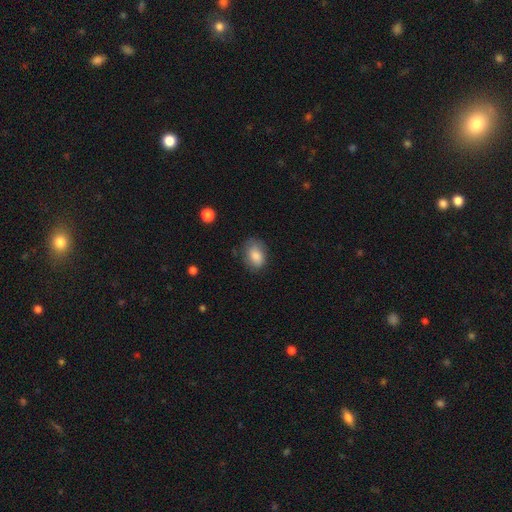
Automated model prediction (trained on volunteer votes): The model was most divided on "merging": none: 71%, minor disturbance: 21%, major disturbance: 6%, merger: 1%. More confident: smooth or featured — smooth (84%); how rounded — in between (76%).